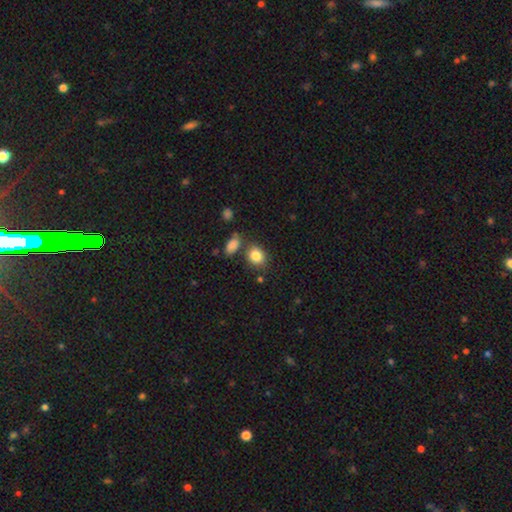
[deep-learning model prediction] A smooth galaxy with no disk features (84%) that is in between round and cigar-shaped (53%). Merging: none (70%).